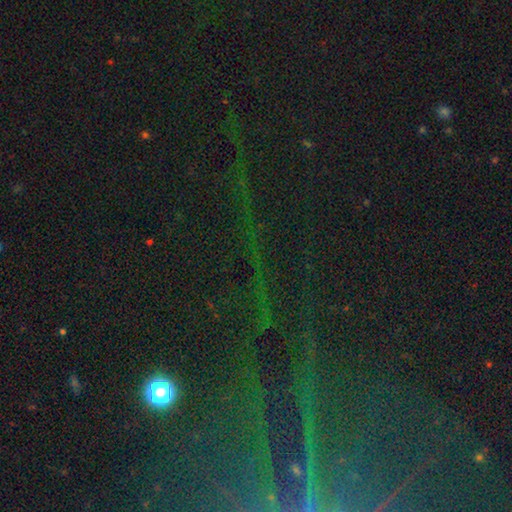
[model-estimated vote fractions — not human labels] Smooth or featured? star or artifact (81%)